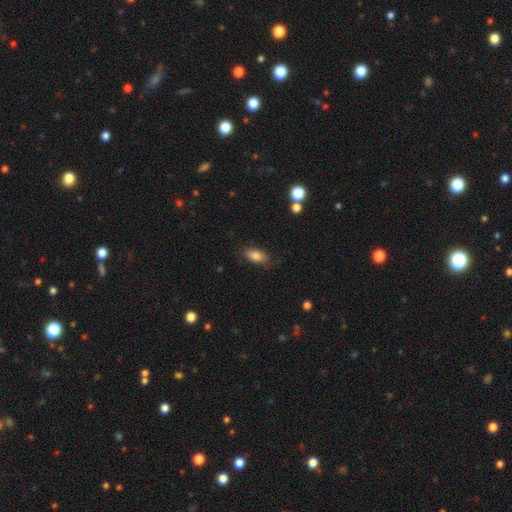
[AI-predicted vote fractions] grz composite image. It shows a smooth galaxy with no disk features (82%) that is in between round and cigar-shaped (88%). Merging: none (81%).